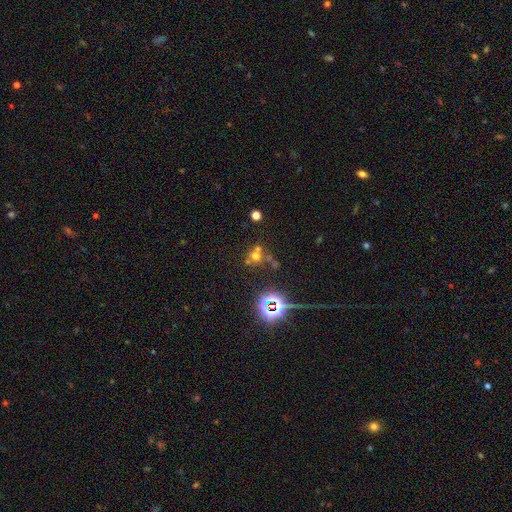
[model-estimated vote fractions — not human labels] The model was most divided on "smooth or featured": smooth: 48%, star or artifact: 36%, featured or disk: 15%. More confident: merging — none (51%).